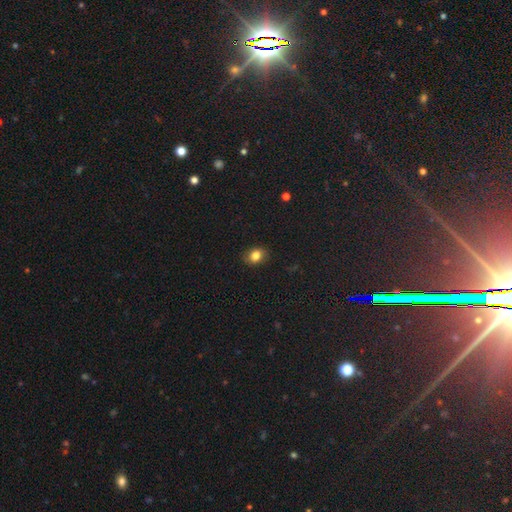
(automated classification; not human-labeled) Smooth or featured? smooth (82%)
How rounded? in between (51%)
Merging? none (85%)